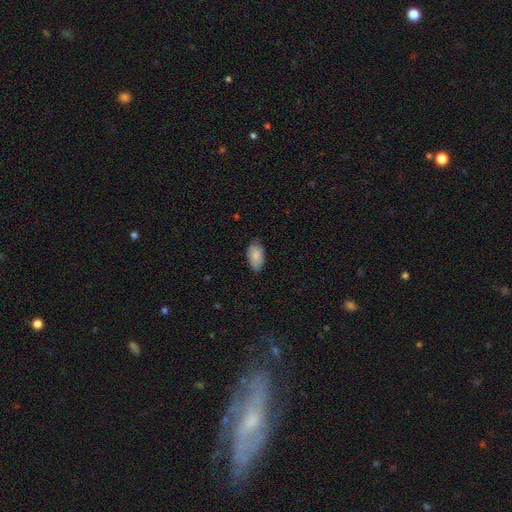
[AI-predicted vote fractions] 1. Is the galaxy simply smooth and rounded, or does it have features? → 86% smooth, 8% featured or disk, 6% star or artifact.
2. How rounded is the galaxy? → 94% in between, 3% round, 3% cigar-shaped.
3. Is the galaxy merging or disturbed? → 78% none, 18% minor disturbance, 3% major disturbance, 1% merger.